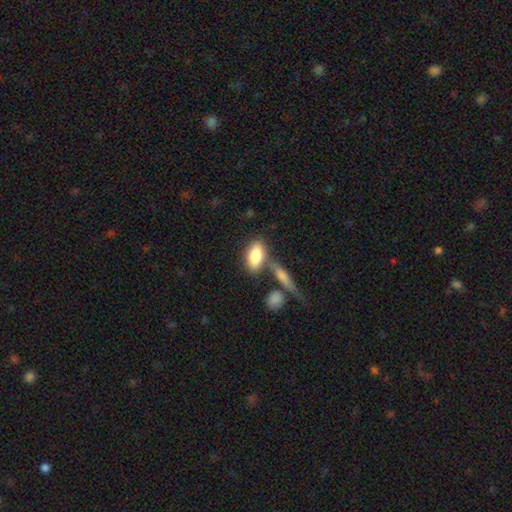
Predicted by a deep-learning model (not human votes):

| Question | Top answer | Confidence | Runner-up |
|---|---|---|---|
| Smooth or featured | smooth | 81% | featured or disk (12%) |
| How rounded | in between | 89% | cigar-shaped (7%) |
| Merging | none | 52% | merger (26%) |